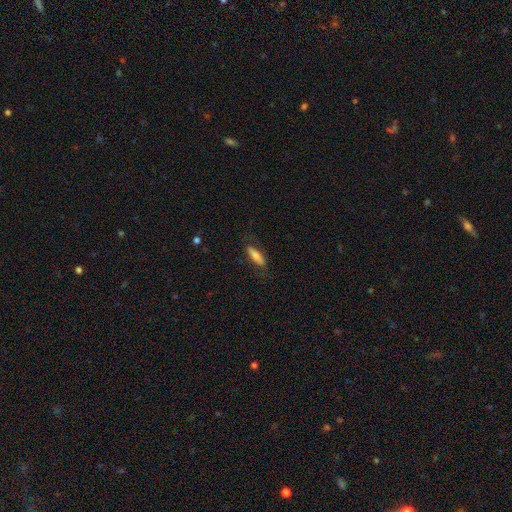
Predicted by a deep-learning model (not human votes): Smooth or featured? Predicted: smooth (p=0.71). How rounded? Predicted: cigar-shaped (p=0.59). Merging? Predicted: none (p=0.76).